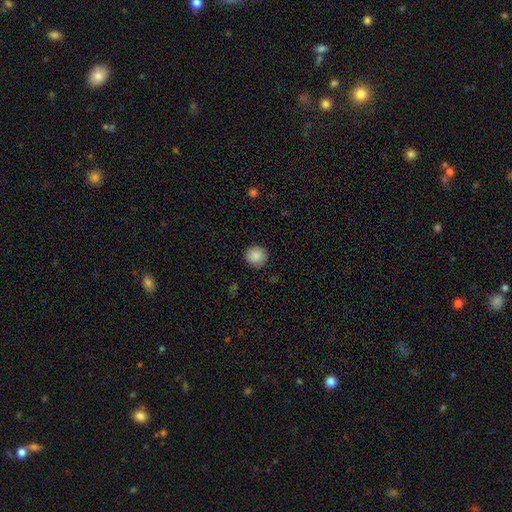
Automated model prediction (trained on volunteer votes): Q: Smooth or featured?
A: smooth (88%); runner-up: star or artifact (8%)
Q: How rounded?
A: round (94%); runner-up: in between (5%)
Q: Merging?
A: none (92%); runner-up: minor disturbance (5%)